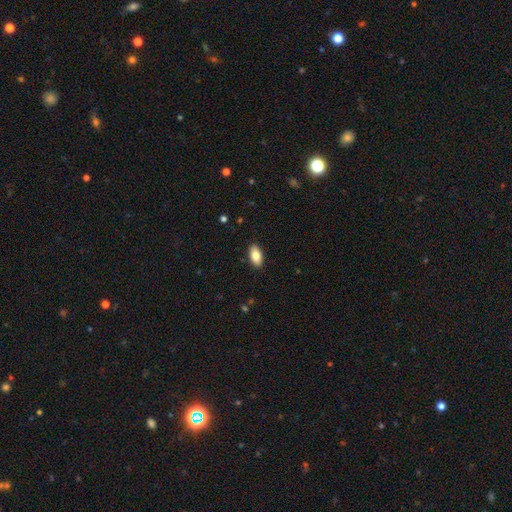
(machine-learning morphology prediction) type=smooth (84%); roundness=in between (92%); merging=none (89%).